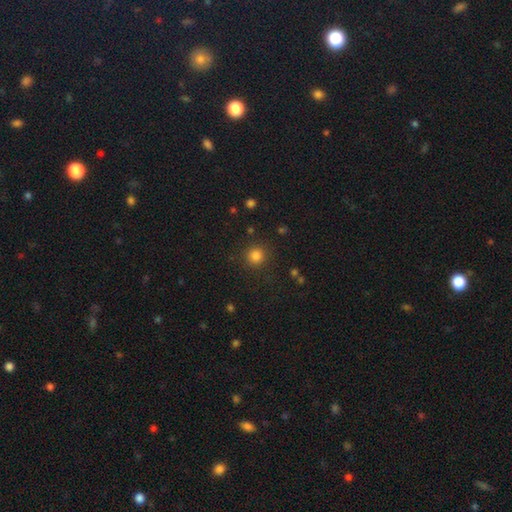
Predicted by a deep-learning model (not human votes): Overall: smooth (82%). How rounded: round (93%). Merging: none (88%).